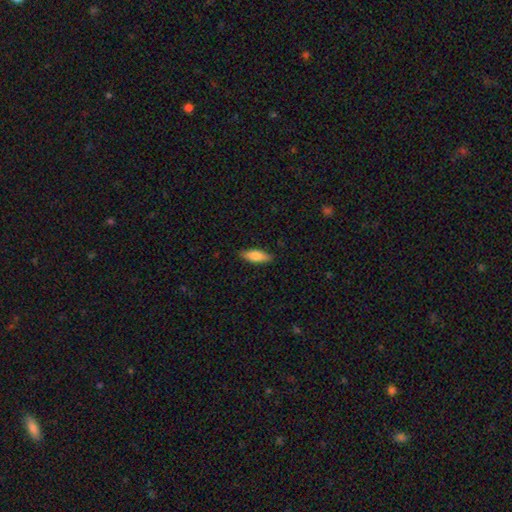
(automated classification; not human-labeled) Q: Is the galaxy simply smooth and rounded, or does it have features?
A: smooth — 80%.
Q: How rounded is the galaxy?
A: in between — 63%.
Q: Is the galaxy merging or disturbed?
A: none — 86%.